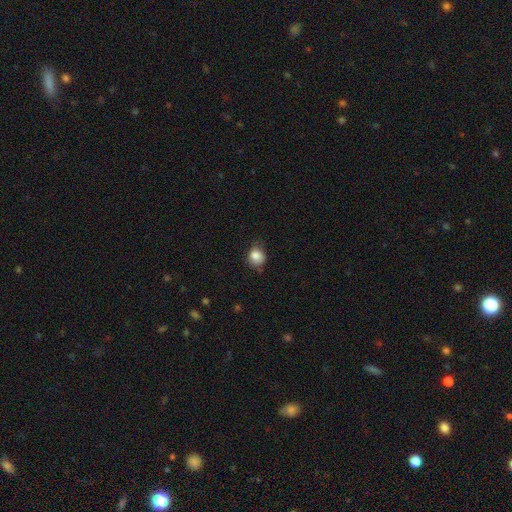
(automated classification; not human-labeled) Morphology: type=smooth (83%); roundness=round (72%); merging=none (59%).